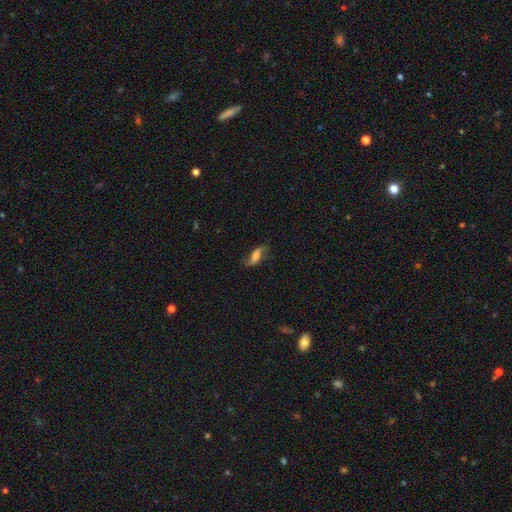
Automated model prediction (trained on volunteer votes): smooth_or_featured: featured or disk (p=0.52) [alt: smooth p=0.39]
disk_edge_on: no (p=0.83) [alt: yes p=0.17]
merging: none (p=0.66) [alt: minor disturbance p=0.22]